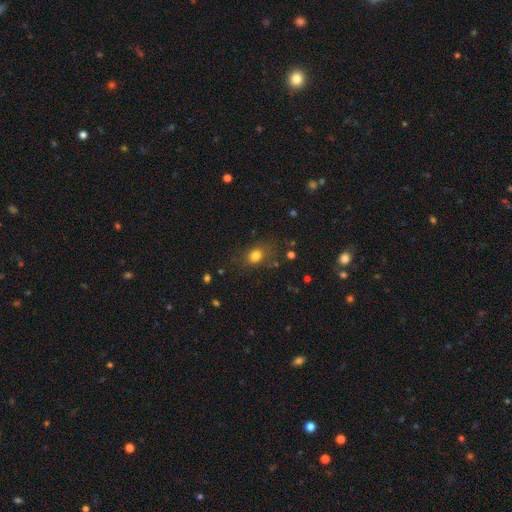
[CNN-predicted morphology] Smooth or featured?
  - smooth: 79% *
  - star or artifact: 13%
  - featured or disk: 8%
How rounded?
  - in between: 51% *
  - round: 47%
  - cigar-shaped: 2%
Merging?
  - none: 73% *
  - minor disturbance: 16%
  - major disturbance: 8%
  - merger: 3%